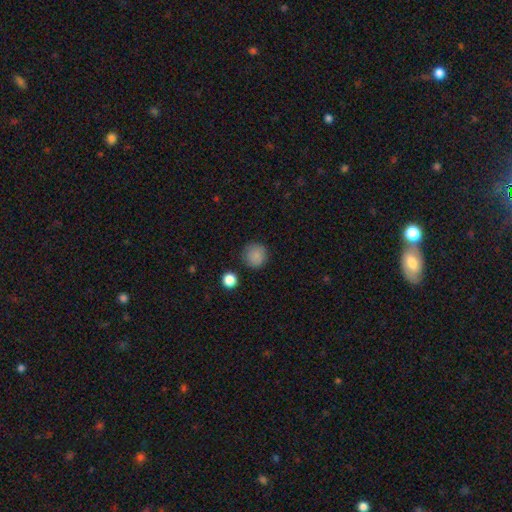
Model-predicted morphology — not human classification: Overall: smooth (85%). How rounded: round (93%). Merging: none (85%).